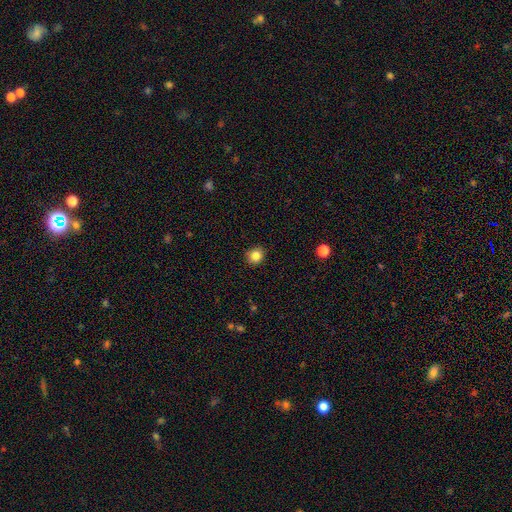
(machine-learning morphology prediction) This is clearly a smooth galaxy (83%). How rounded: clearly round (86%). Merging: clearly none (90%).